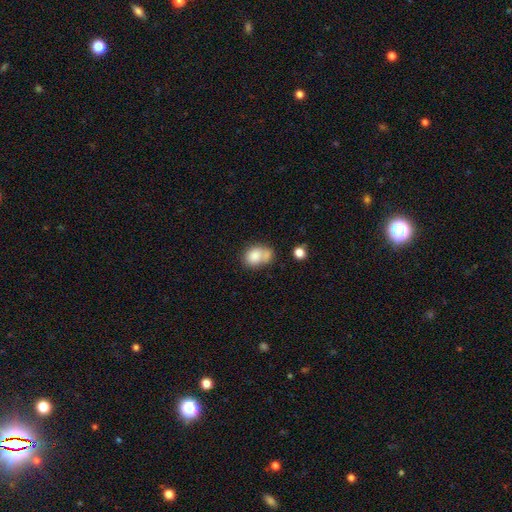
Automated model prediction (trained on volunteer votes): smooth_or_featured: smooth (p=0.79) [alt: featured or disk p=0.12]
how_rounded: in between (p=0.57) [alt: round p=0.42]
merging: merger (p=0.41) [alt: none p=0.34]